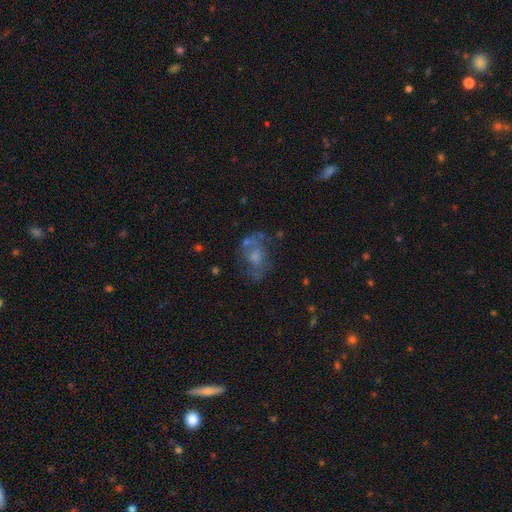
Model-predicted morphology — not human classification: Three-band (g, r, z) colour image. It shows a featured or disk galaxy (54%) with no bar (78%), no spiral arms (58%) and a moderate central bulge (44%). Merging: none (47%).